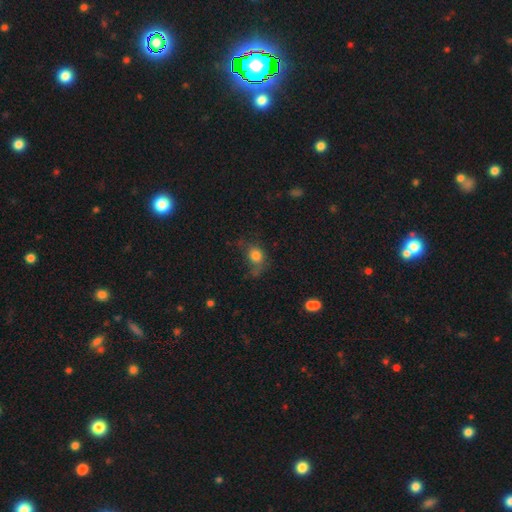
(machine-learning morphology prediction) The model was most divided on "how rounded": round: 54%, in between: 45%, cigar-shaped: 2%. Remaining: smooth or featured — smooth (76%); merging — none (46%).